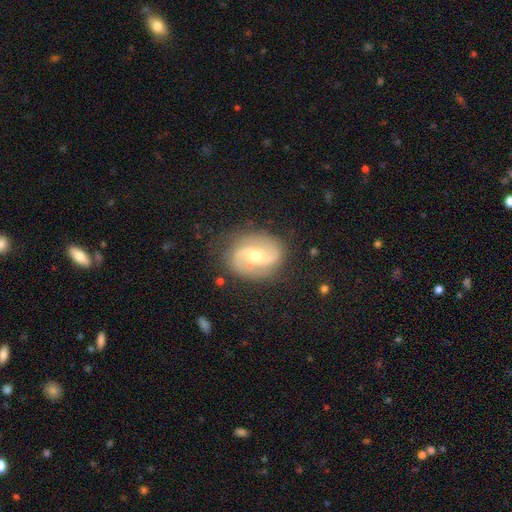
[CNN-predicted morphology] smooth_or_featured: featured or disk (p=0.84) [alt: smooth p=0.10]
disk_edge_on: no (p=0.97) [alt: yes p=0.03]
bar: weak (p=0.44) [alt: no p=0.38]
has_spiral_arms: yes (p=0.95) [alt: no p=0.05]
spiral_winding: medium (p=0.46) [alt: loose p=0.36]
spiral_arm_count: 2 (p=0.91) [alt: can't tell p=0.04]
bulge_size: moderate (p=0.61) [alt: small p=0.34]
merging: none (p=0.81) [alt: minor disturbance p=0.13]